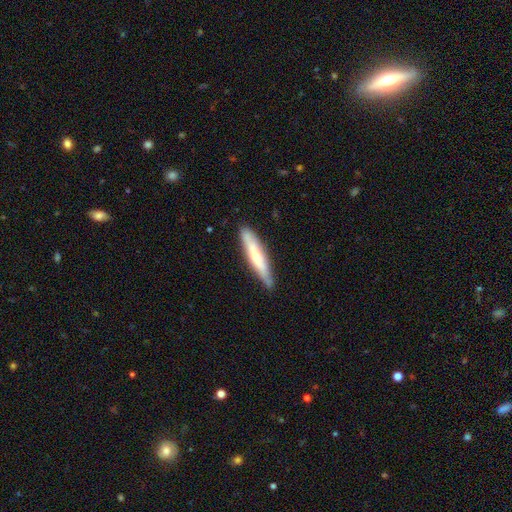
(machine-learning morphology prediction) type=smooth (59%); roundness=cigar-shaped (91%); merging=none (83%).